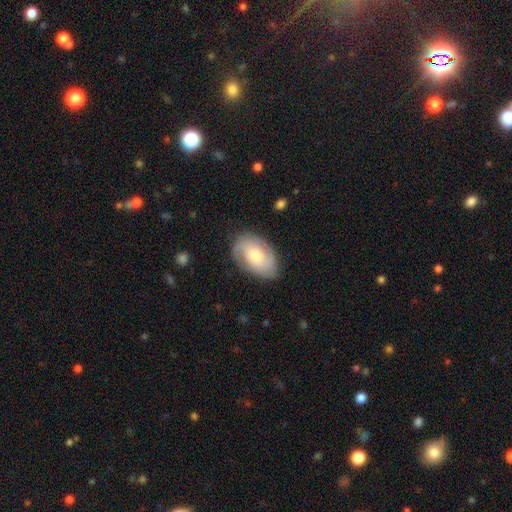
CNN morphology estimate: featured or disk 50%, smooth 44%, star or artifact 6%. Down the decision tree: edge-on disk — no (95%); merging — none (76%).